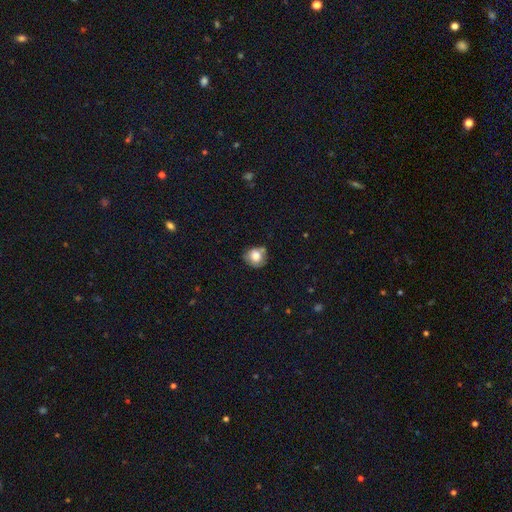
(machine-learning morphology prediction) A smooth galaxy with no disk features (76%) that is round (79%). Merging: none (59%).